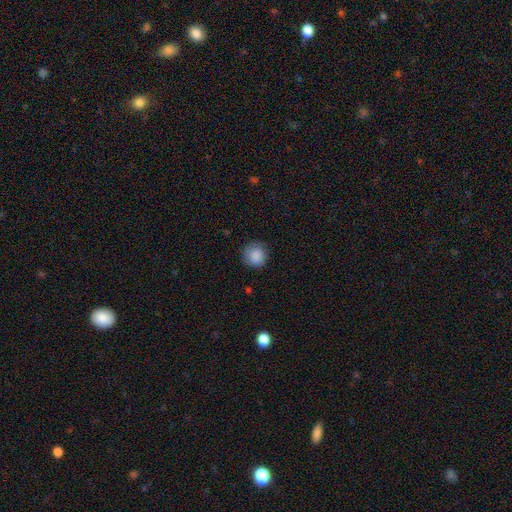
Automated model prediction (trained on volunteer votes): Overall: smooth (87%). How rounded: round (91%). Merging: none (82%).